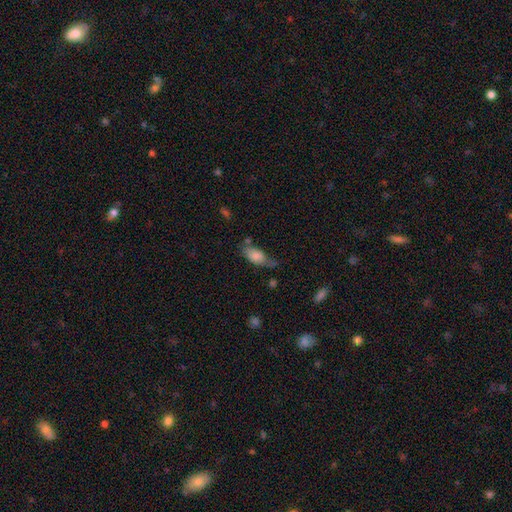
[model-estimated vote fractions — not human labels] A smooth galaxy with no disk features (78%) that is in between round and cigar-shaped (88%).

Vote fractions:
- Smooth or featured? smooth: 78% / featured or disk: 14% / star or artifact: 8%
- How rounded? in between: 88% / cigar-shaped: 8% / round: 4%
- Merging? none: 37% / minor disturbance: 34% / major disturbance: 18% / merger: 10%